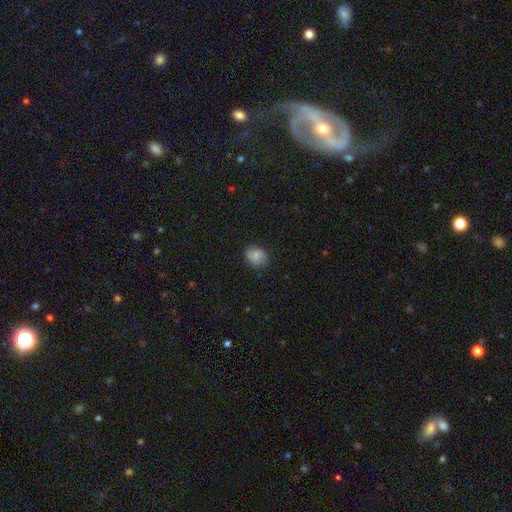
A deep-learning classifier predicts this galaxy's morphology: The model was most divided on "how rounded": round: 53%, in between: 46%, cigar-shaped: 1%. More confident: smooth or featured — smooth (82%); merging — none (75%).